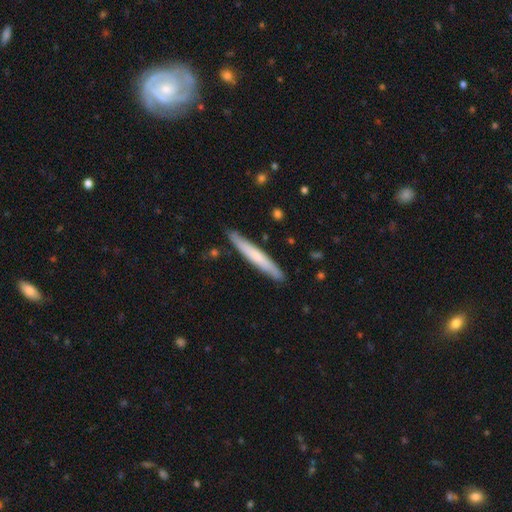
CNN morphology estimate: A smooth galaxy with no disk features (62%) that is cigar-shaped (95%). Merging: none (87%).